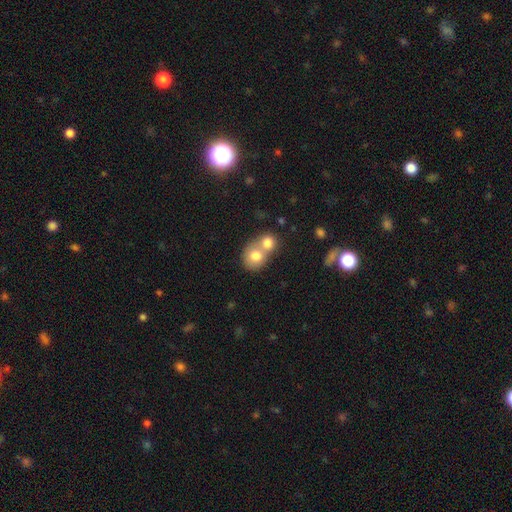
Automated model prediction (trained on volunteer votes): Smooth or featured? smooth (76%)
How rounded? round (71%)
Merging? merger (66%)